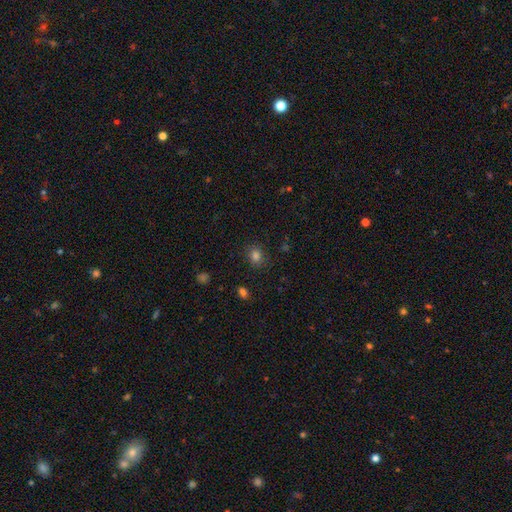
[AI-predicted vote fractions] smooth_or_featured: smooth (p=0.81) [alt: star or artifact p=0.14]
how_rounded: round (p=0.67) [alt: in between p=0.32]
merging: none (p=0.83) [alt: minor disturbance p=0.12]